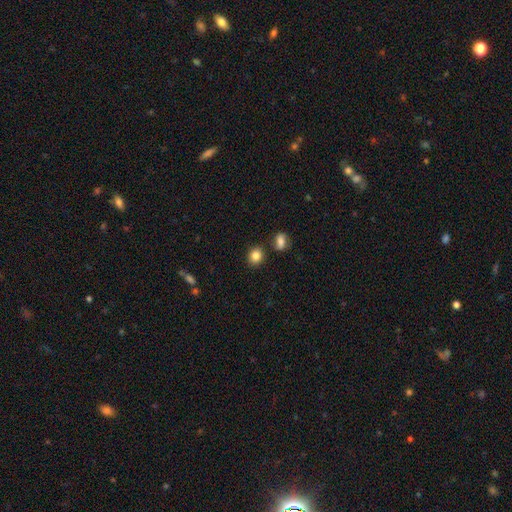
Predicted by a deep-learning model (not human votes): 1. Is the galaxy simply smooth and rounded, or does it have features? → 85% smooth, 9% star or artifact, 5% featured or disk.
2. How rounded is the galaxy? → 73% round, 26% in between, 1% cigar-shaped.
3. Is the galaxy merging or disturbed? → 81% none, 9% minor disturbance, 8% merger, 2% major disturbance.